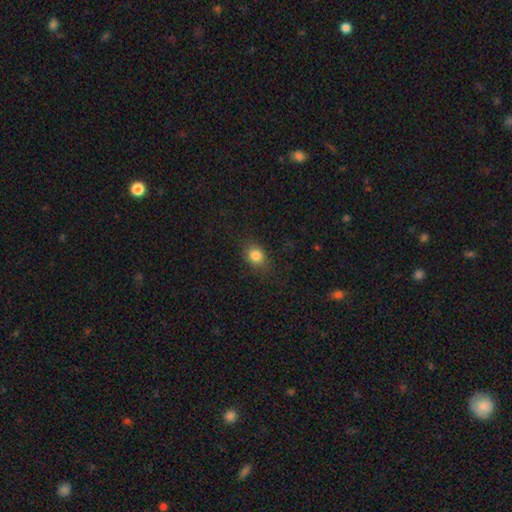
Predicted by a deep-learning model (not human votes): A smooth galaxy with no disk features (82%) that is round (51%).

Vote fractions:
- Smooth or featured? smooth: 82% / star or artifact: 11% / featured or disk: 6%
- How rounded? round: 51% / in between: 47% / cigar-shaped: 2%
- Merging? none: 82% / minor disturbance: 13% / major disturbance: 4% / merger: 1%